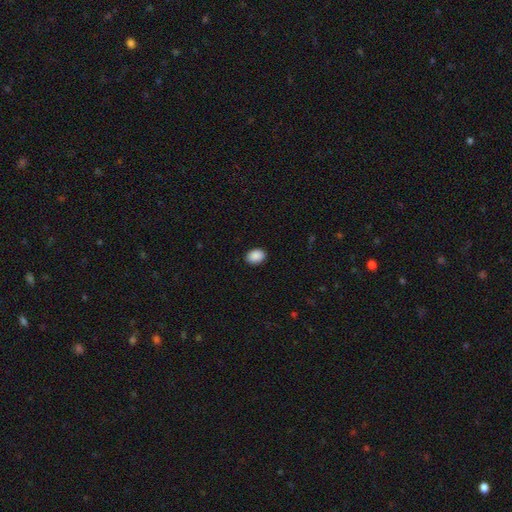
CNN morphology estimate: This appears to be a smooth galaxy with no disk features (90%) that is in between round and cigar-shaped (71%). Merging: none (91%).